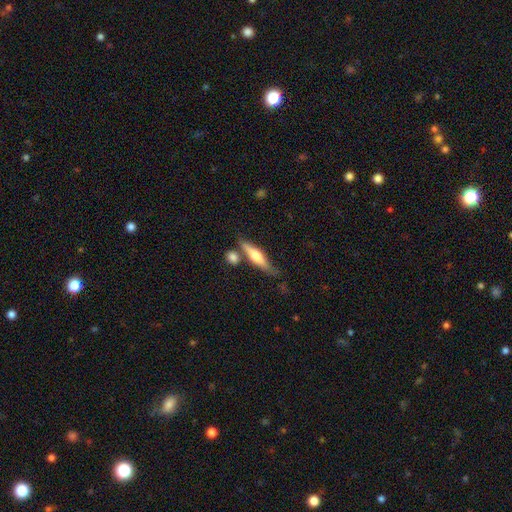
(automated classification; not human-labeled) This appears to be a smooth galaxy with no disk features (47%, tied with featured or disk). Merging: none (63%).